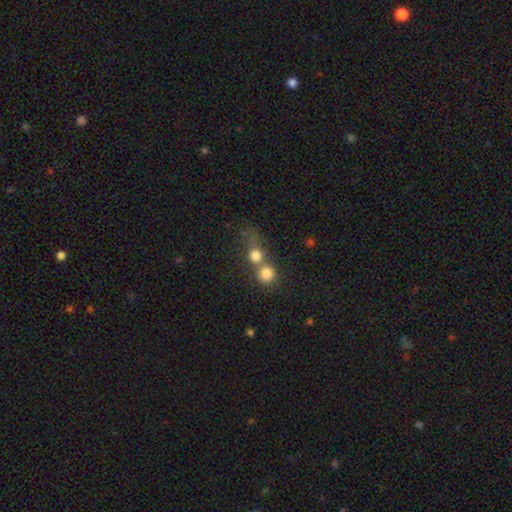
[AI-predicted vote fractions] Q: Smooth or featured?
A: smooth (77%); runner-up: star or artifact (12%)
Q: How rounded?
A: round (86%); runner-up: in between (13%)
Q: Merging?
A: merger (53%); runner-up: none (33%)